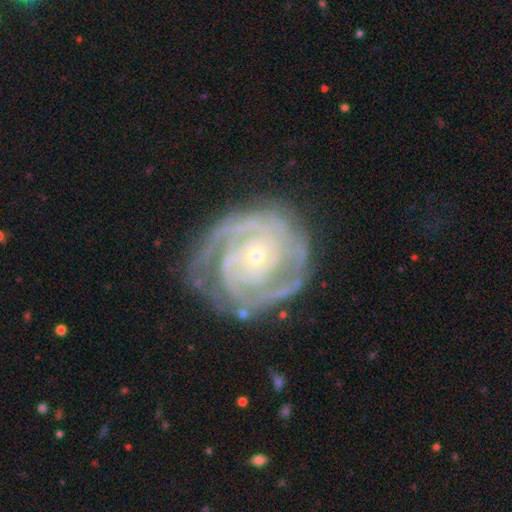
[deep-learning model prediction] Smooth or featured: featured or disk — 88% (smooth — 6%)
Edge-on disk: no — 97% (yes — 3%)
Bar: no — 74% (weak — 18%)
Spiral arms: yes — 96% (no — 4%)
Spiral winding: tight — 77% (medium — 19%)
Spiral arm count: 2 — 33% (can't tell — 23%)
Bulge size: small — 77% (moderate — 19%)
Merging: none — 74% (minor disturbance — 17%)